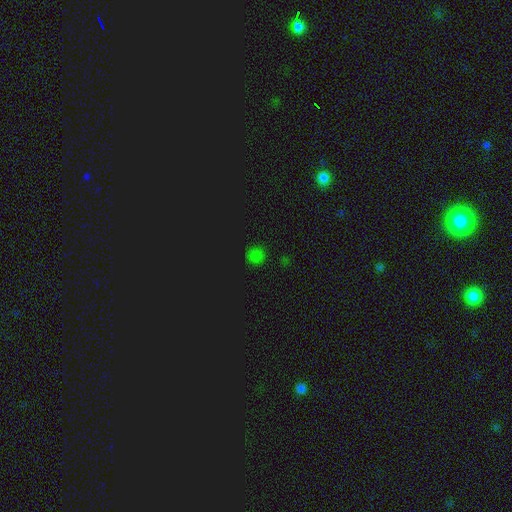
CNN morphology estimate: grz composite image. It shows a smooth galaxy with no disk features (63%) that is round (91%). Merging: none (89%).